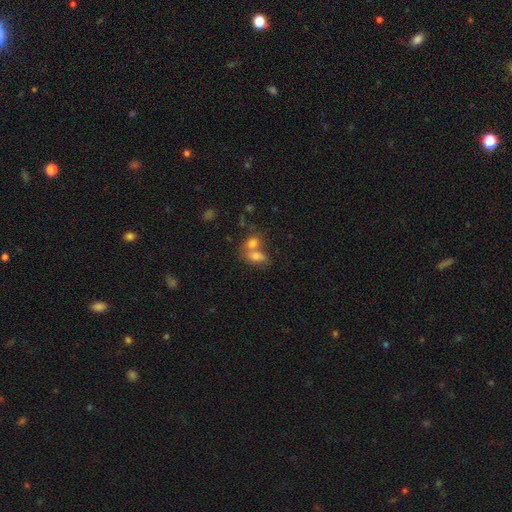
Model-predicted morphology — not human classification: A smooth galaxy with no disk features (72%) that is in between round and cigar-shaped (69%).

Vote fractions:
- Smooth or featured? smooth: 72% / featured or disk: 17% / star or artifact: 11%
- How rounded? in between: 69% / round: 29% / cigar-shaped: 2%
- Merging? merger: 67% / none: 23% / minor disturbance: 7% / major disturbance: 4%